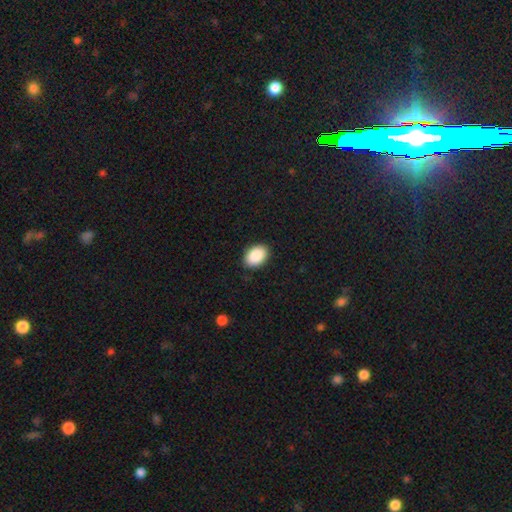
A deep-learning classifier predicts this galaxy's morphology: The model was most divided on "how rounded": in between: 85%, round: 14%, cigar-shaped: 1%. More confident: smooth or featured — smooth (90%); merging — none (89%).